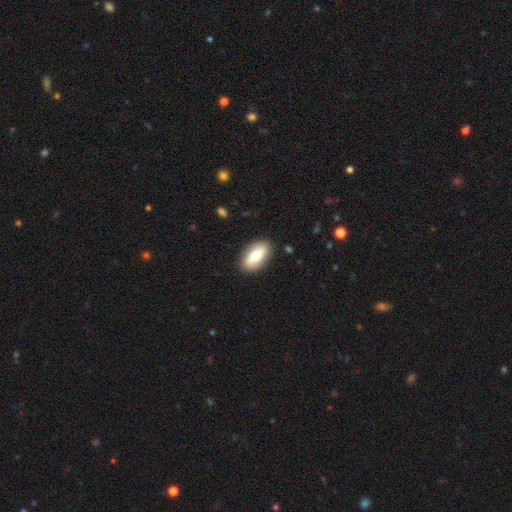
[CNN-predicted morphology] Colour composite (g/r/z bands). It shows a smooth galaxy with no disk features (64%) that is in between round and cigar-shaped (90%). Merging: none (87%).